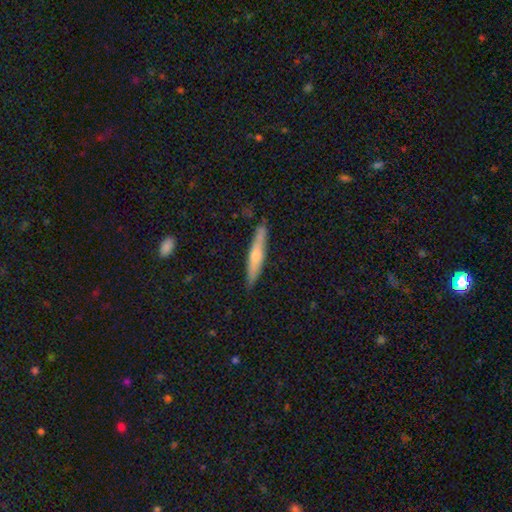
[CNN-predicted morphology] smooth-or-featured: featured or disk: 48% | smooth: 46% | star or artifact: 6%
  merging: none: 86% | minor disturbance: 10% | major disturbance: 2% | merger: 2%